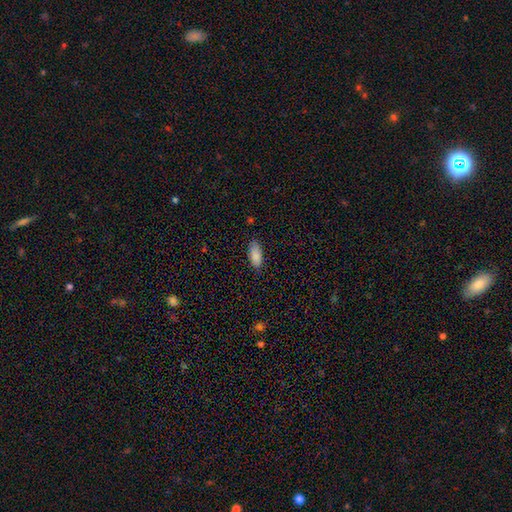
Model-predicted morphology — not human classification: Smooth or featured: smooth — 88% (star or artifact — 7%)
How rounded: in between — 85% (cigar-shaped — 13%)
Merging: none — 83% (minor disturbance — 13%)